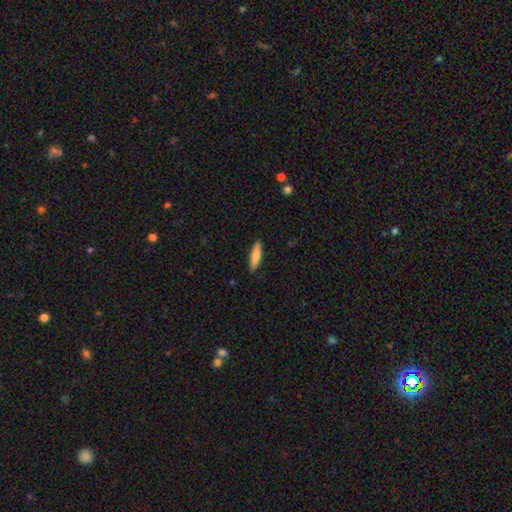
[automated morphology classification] type=smooth (81%); roundness=cigar-shaped (71%); merging=none (89%).